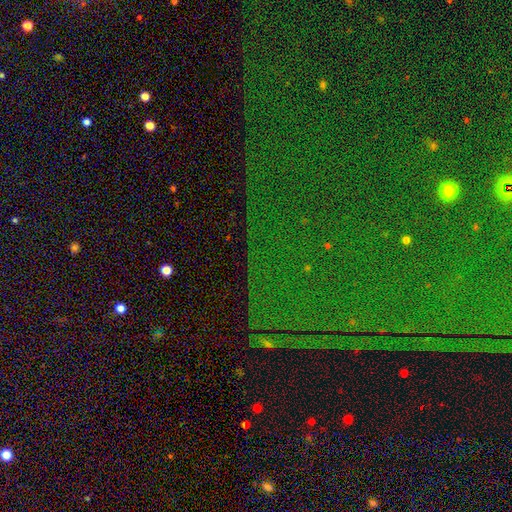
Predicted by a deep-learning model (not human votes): Smooth or featured: star or artifact — 86% (smooth — 7%)